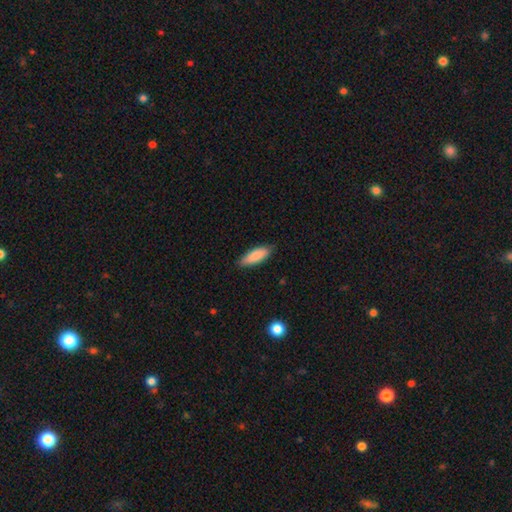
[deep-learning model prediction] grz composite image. It shows a smooth galaxy with no disk features (87%) that is in between round and cigar-shaped (62%). Merging: none (85%).